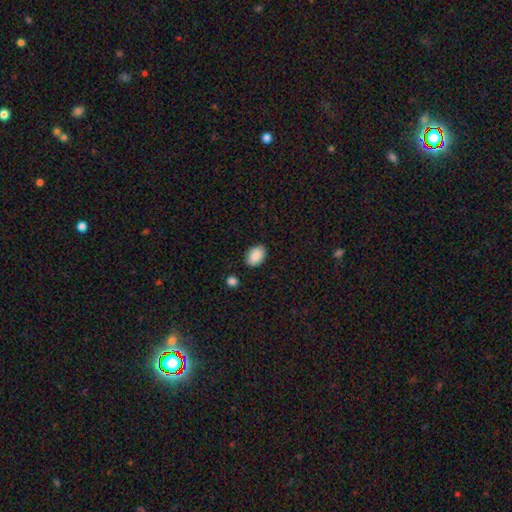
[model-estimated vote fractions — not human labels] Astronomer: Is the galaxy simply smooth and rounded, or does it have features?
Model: smooth — 89%.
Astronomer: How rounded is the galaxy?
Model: in between — 86%.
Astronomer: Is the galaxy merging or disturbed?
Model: none — 85%.